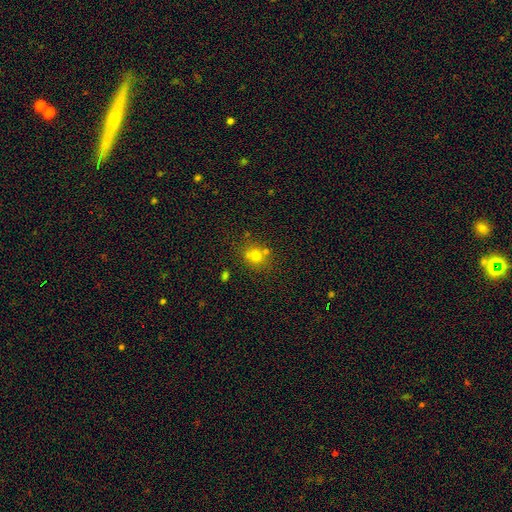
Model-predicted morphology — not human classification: Q: Smooth or featured?
A: smooth (70%); runner-up: star or artifact (17%)
Q: How rounded?
A: round (81%); runner-up: in between (18%)
Q: Merging?
A: none (63%); runner-up: merger (22%)